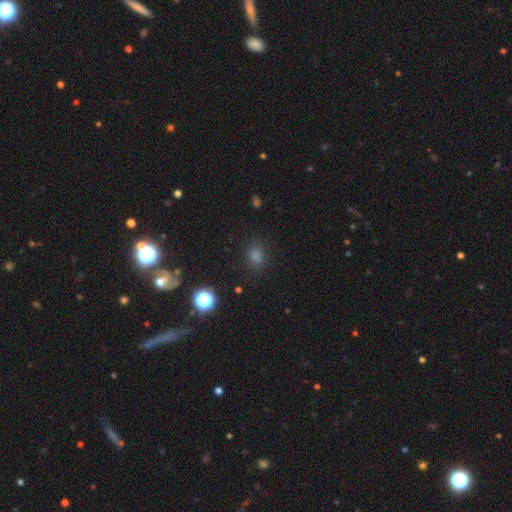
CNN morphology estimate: A smooth galaxy with no disk features (61%) that is round (54%).

Vote fractions:
- Smooth or featured? smooth: 61% / star or artifact: 30% / featured or disk: 9%
- How rounded? round: 54% / in between: 44% / cigar-shaped: 2%
- Merging? none: 83% / minor disturbance: 10% / major disturbance: 4% / merger: 2%